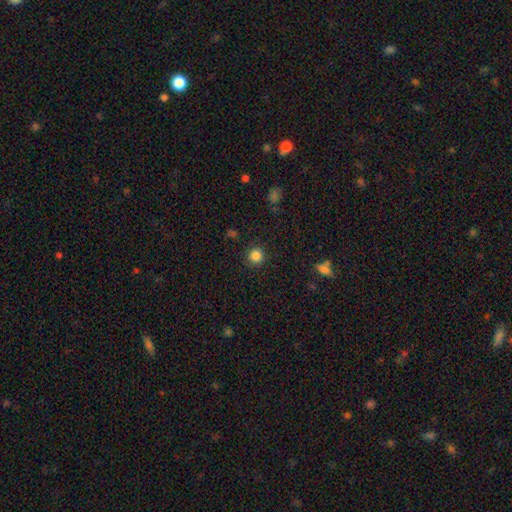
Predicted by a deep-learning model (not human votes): The model was most divided on "smooth or featured": smooth: 84%, star or artifact: 12%, featured or disk: 4%. More confident: how rounded — round (94%); merging — none (90%).